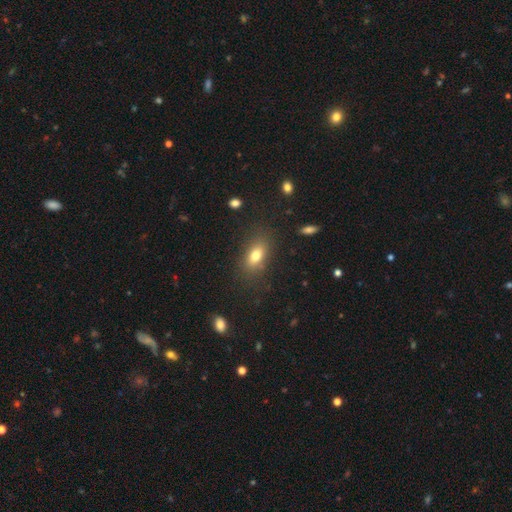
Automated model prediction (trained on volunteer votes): Smooth or featured: smooth — 78% (featured or disk — 12%)
How rounded: in between — 83% (round — 11%)
Merging: none — 80% (minor disturbance — 13%)